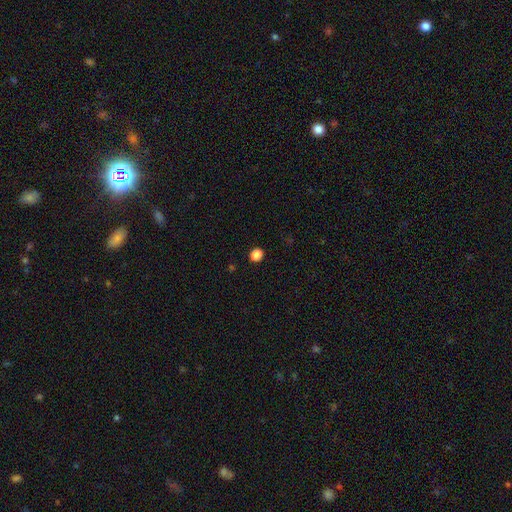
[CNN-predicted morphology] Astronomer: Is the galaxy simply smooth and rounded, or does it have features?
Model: smooth — 83%.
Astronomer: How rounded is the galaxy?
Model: round — 66%.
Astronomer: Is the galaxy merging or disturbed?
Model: none — 91%.